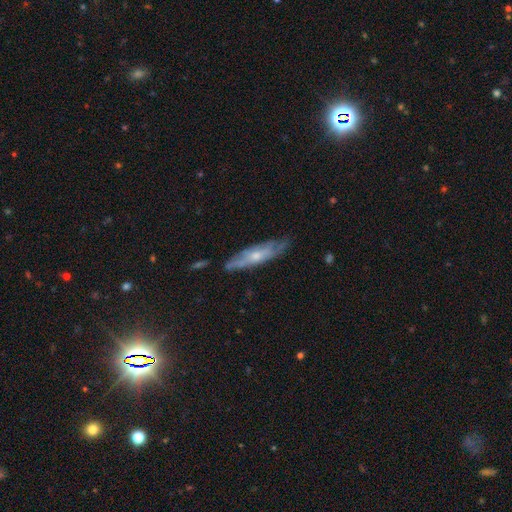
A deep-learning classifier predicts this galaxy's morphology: A featured or disk galaxy (63%). Merging: none (68%).